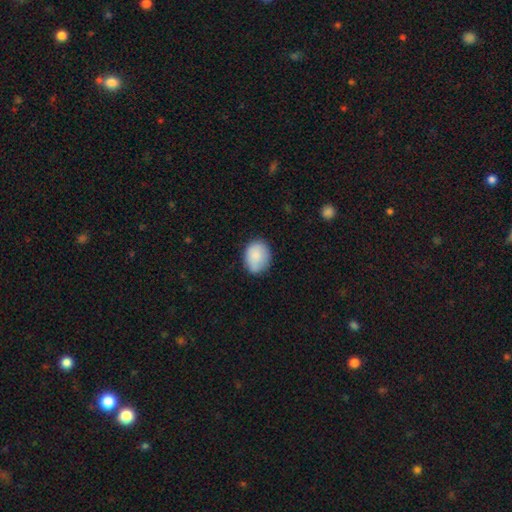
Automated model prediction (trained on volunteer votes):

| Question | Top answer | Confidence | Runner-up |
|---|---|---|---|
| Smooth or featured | smooth | 86% | featured or disk (7%) |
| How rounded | in between | 62% | round (37%) |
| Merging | none | 73% | minor disturbance (21%) |